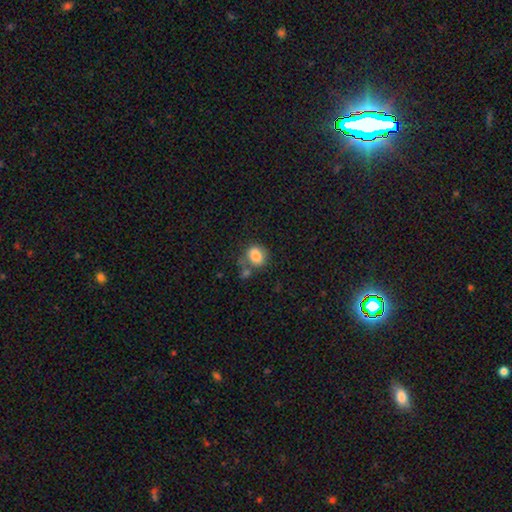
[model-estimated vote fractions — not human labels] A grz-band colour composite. It shows a smooth galaxy with no disk features (82%) that is in between round and cigar-shaped (51%). Merging: none (56%).